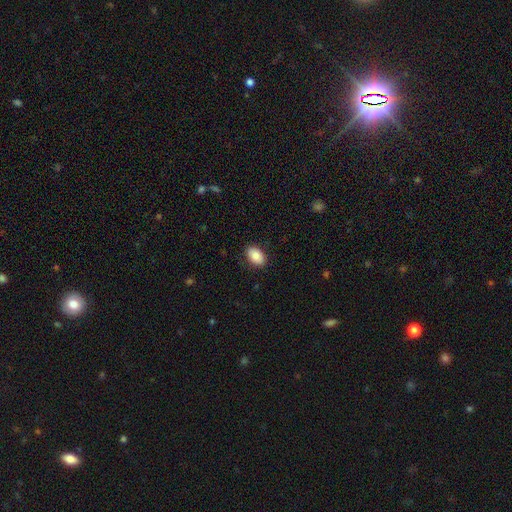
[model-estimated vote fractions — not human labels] smooth-or-featured: smooth: 84% | featured or disk: 9% | star or artifact: 7%
  how-rounded: in between: 88% | round: 11% | cigar-shaped: 1%
  merging: none: 87% | minor disturbance: 10% | major disturbance: 2% | merger: 1%